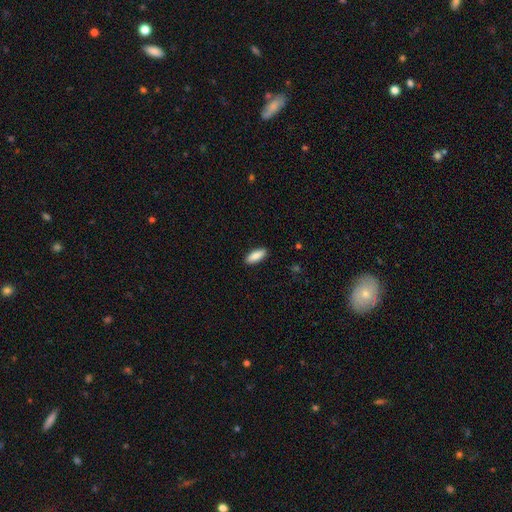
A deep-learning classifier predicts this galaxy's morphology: The model was most divided on "how rounded": in between: 70%, cigar-shaped: 28%, round: 2%. More confident: merging — none (90%); smooth or featured — smooth (88%).